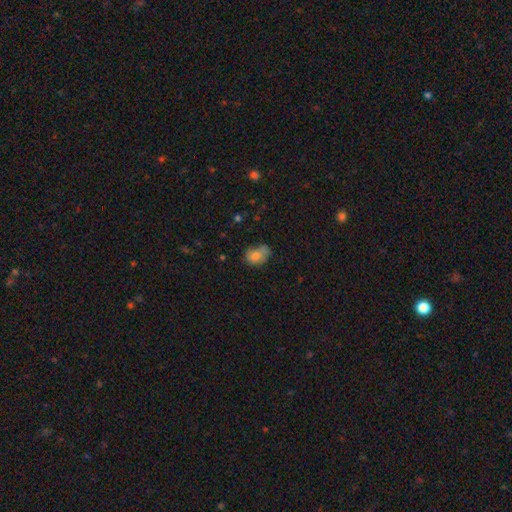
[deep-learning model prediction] A smooth galaxy with no disk features (76%) that is in between round and cigar-shaped (71%).

Vote fractions:
- Smooth or featured? smooth: 76% / featured or disk: 14% / star or artifact: 10%
- How rounded? in between: 71% / round: 27% / cigar-shaped: 1%
- Merging? none: 42% / minor disturbance: 33% / major disturbance: 14% / merger: 12%